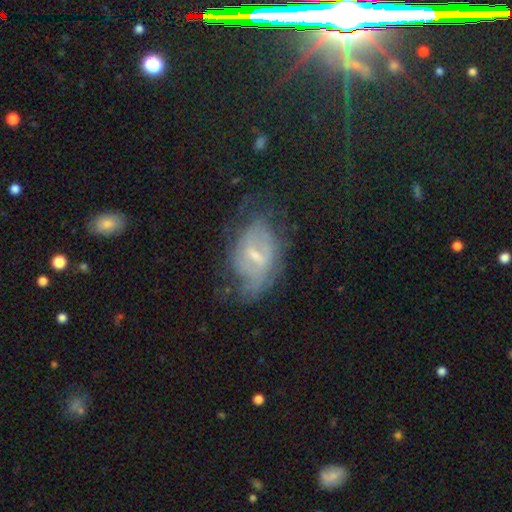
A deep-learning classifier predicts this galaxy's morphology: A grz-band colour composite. It shows a featured or disk galaxy (66%) with a weak bar (56%), spiral arms (69%) and a small central bulge (49%). Merging: none (51%).